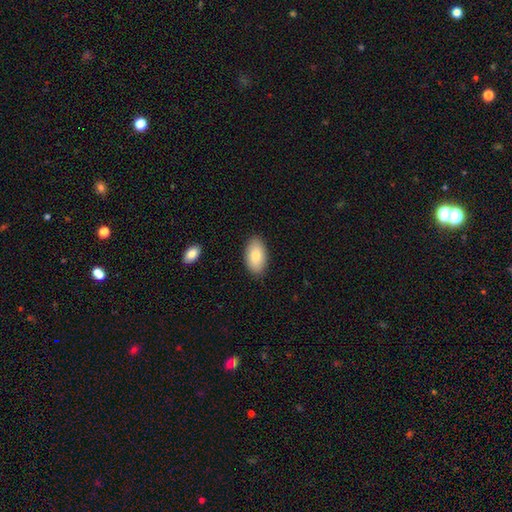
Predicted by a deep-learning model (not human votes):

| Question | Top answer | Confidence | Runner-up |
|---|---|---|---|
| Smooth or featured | smooth | 82% | featured or disk (12%) |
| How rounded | in between | 95% | round (4%) |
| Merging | none | 88% | minor disturbance (9%) |